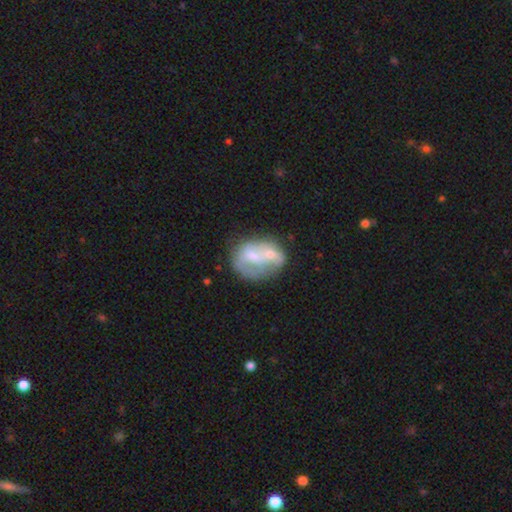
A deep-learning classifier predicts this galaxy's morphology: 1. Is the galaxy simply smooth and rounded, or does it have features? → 51% featured or disk, 41% smooth, 8% star or artifact.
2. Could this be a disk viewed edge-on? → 97% no, 3% yes.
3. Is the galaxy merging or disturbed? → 48% merger, 22% none, 15% minor disturbance, 14% major disturbance.